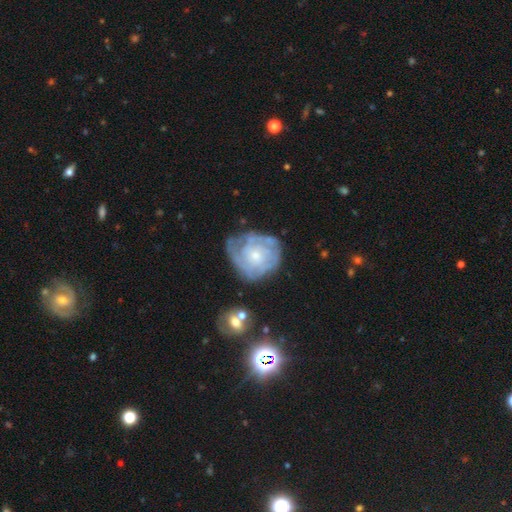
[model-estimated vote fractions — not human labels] Q: Smooth or featured?
A: featured or disk (73%); runner-up: smooth (21%)
Q: Edge-on disk?
A: no (97%); runner-up: yes (3%)
Q: Bar?
A: no (81%); runner-up: weak (16%)
Q: Spiral arms?
A: yes (76%); runner-up: no (24%)
Q: Spiral winding?
A: tight (69%); runner-up: medium (23%)
Q: Spiral arm count?
A: can't tell (58%); runner-up: 2 (13%)
Q: Bulge size?
A: small (66%); runner-up: moderate (27%)
Q: Merging?
A: none (58%); runner-up: minor disturbance (25%)